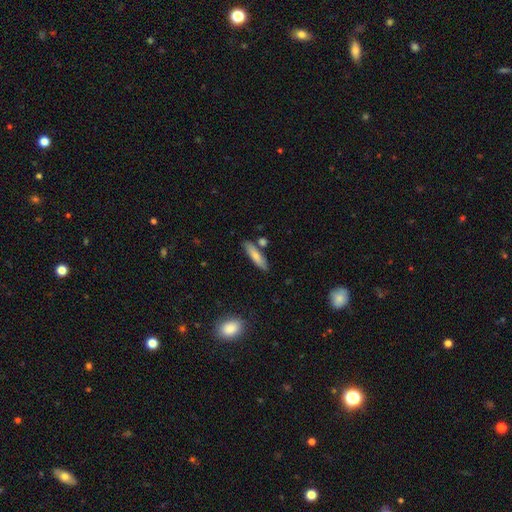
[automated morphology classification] A smooth galaxy with no disk features (74%) that is cigar-shaped (72%).

Vote fractions:
- Smooth or featured? smooth: 74% / featured or disk: 19% / star or artifact: 6%
- How rounded? cigar-shaped: 72% / in between: 26% / round: 2%
- Merging? none: 79% / minor disturbance: 12% / merger: 8% / major disturbance: 2%